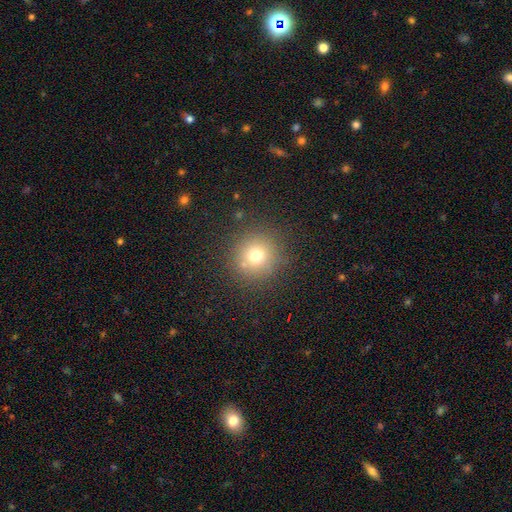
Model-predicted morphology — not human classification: Smooth or featured?
  - smooth: 71% *
  - star or artifact: 18%
  - featured or disk: 11%
How rounded?
  - round: 94% *
  - in between: 5%
  - cigar-shaped: 1%
Merging?
  - none: 85% *
  - minor disturbance: 8%
  - major disturbance: 4%
  - merger: 3%